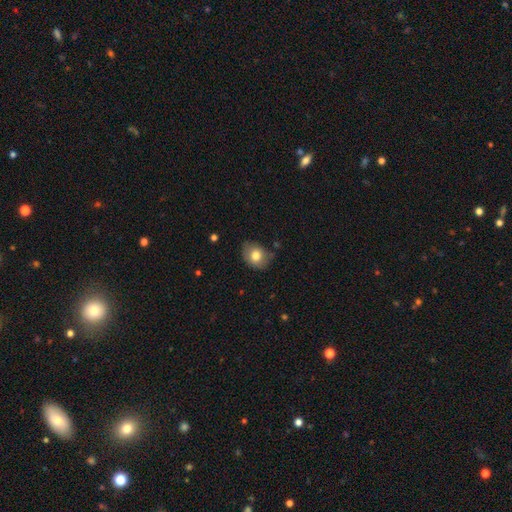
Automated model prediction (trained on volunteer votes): Smooth or featured? Predicted: smooth (p=0.77). How rounded? Predicted: in between (p=0.53). Merging? Predicted: none (p=0.68).